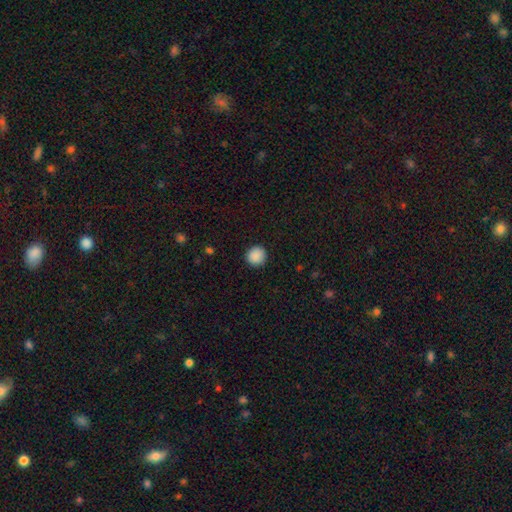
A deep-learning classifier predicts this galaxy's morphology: Q: Smooth or featured?
A: smooth (89%); runner-up: star or artifact (9%)
Q: How rounded?
A: round (94%); runner-up: in between (5%)
Q: Merging?
A: none (91%); runner-up: minor disturbance (6%)